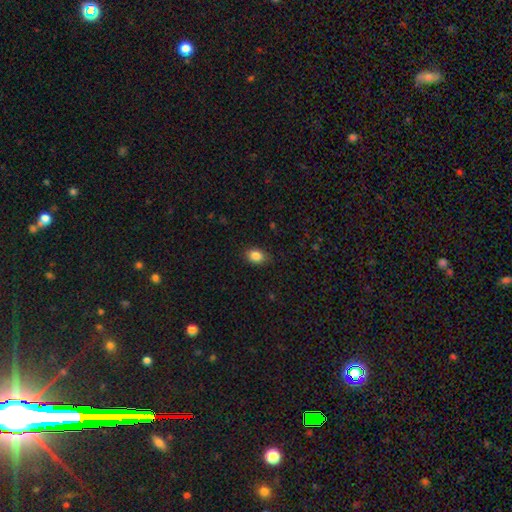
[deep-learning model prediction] A smooth galaxy with no disk features (86%) that is in between round and cigar-shaped (72%). Merging: none (84%).